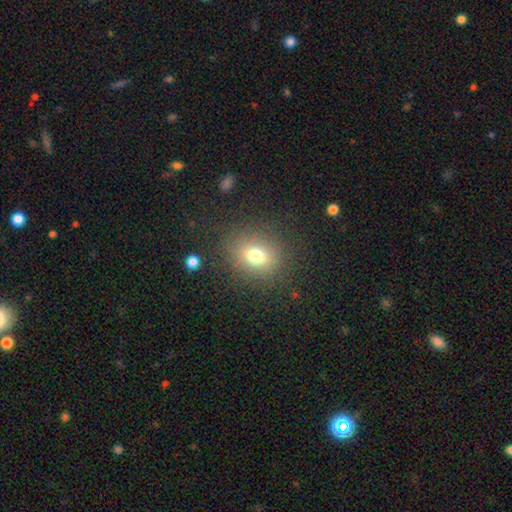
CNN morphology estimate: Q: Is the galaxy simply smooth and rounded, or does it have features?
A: smooth — 72%.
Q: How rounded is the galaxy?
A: round — 65%.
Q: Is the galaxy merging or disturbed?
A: none — 82%.